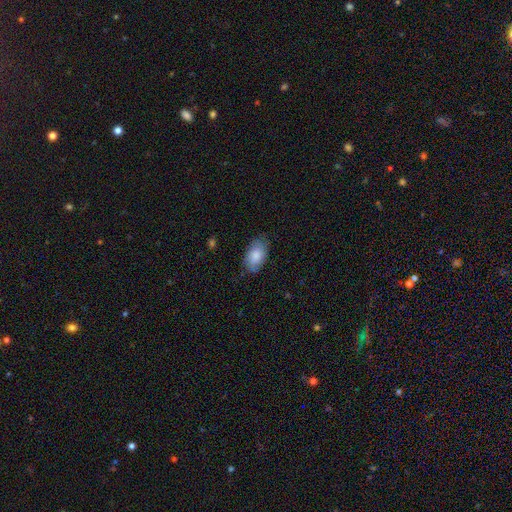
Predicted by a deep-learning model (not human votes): smooth 79%, featured or disk 15%, star or artifact 6%. Down the decision tree: how rounded — in between (93%); merging — none (75%).